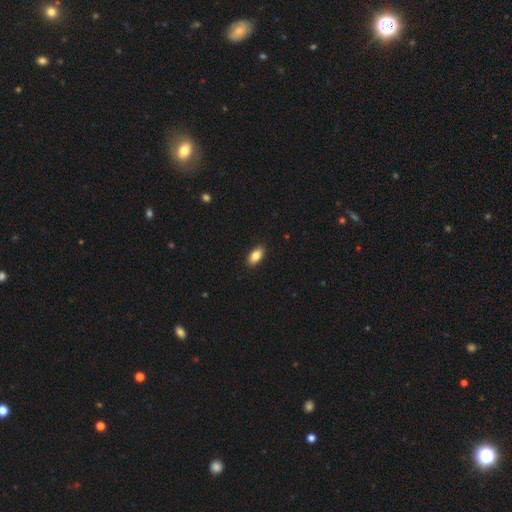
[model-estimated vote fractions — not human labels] This appears to be a smooth galaxy with no disk features (85%) that is in between round and cigar-shaped (91%). Merging: none (90%).